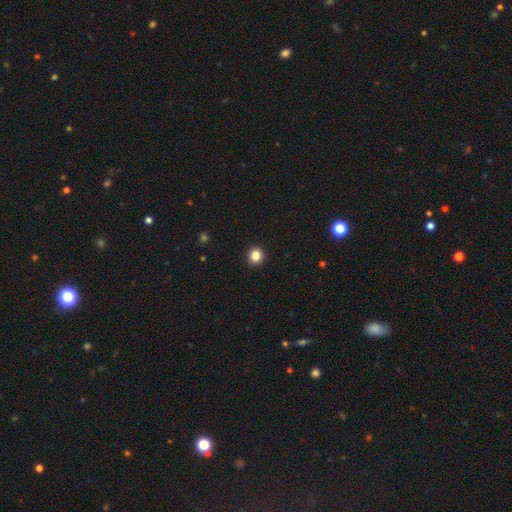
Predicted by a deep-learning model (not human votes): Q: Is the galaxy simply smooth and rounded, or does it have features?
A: smooth — 85%.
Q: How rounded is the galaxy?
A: round — 86%.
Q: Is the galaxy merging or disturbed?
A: none — 93%.